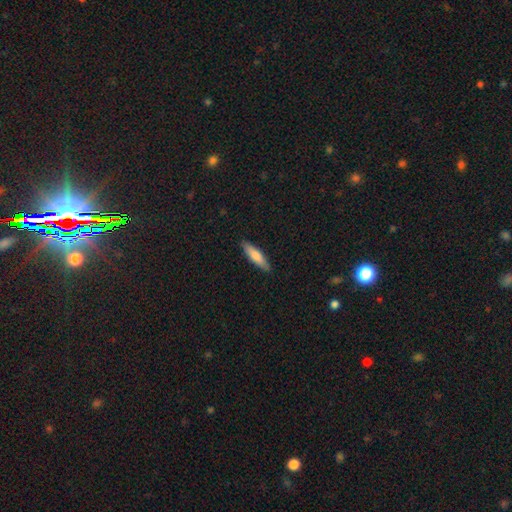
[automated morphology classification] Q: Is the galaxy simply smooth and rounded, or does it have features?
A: smooth — 74%.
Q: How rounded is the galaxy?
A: cigar-shaped — 75%.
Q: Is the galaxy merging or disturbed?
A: none — 89%.